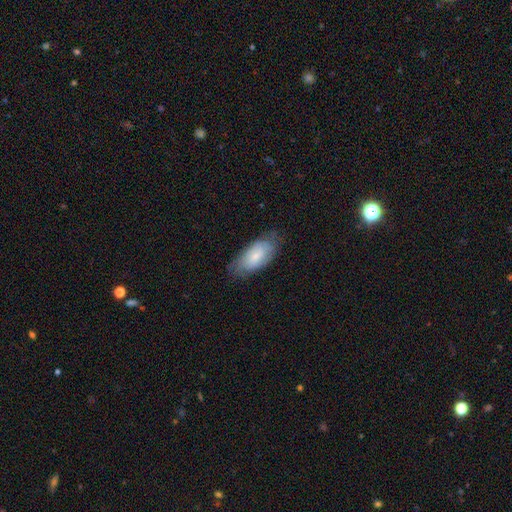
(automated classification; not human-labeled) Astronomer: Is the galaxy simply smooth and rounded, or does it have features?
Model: smooth — 65%.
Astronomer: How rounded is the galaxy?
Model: in between — 89%.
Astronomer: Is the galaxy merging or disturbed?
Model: none — 70%.